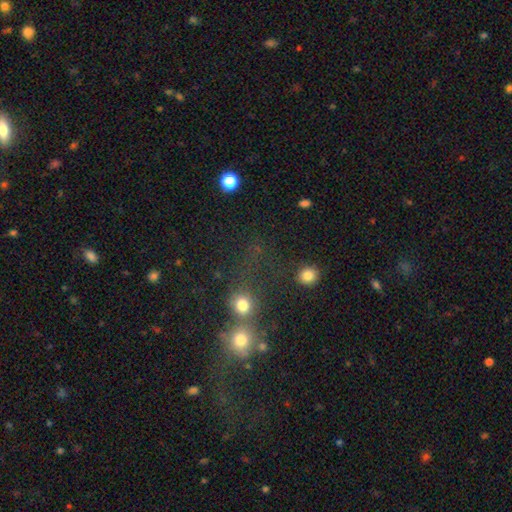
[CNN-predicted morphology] smooth-or-featured: smooth: 49% | star or artifact: 38% | featured or disk: 13%
  merging: merger: 41% (tied) | none: 41% (tied) | major disturbance: 10% | minor disturbance: 8%